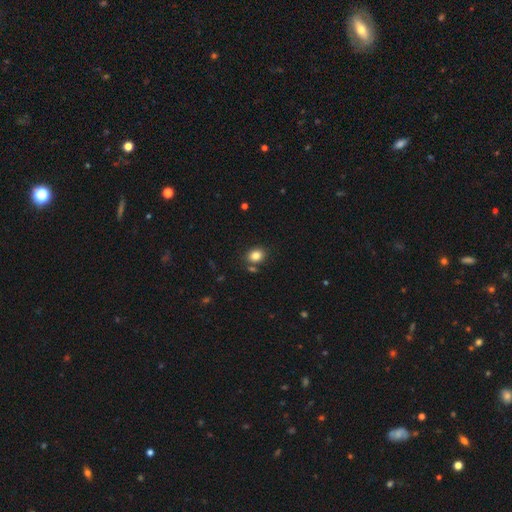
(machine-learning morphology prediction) The model was most divided on "how rounded": in between: 51%, round: 48%, cigar-shaped: 1%. More confident: smooth or featured — smooth (83%); merging — none (78%).